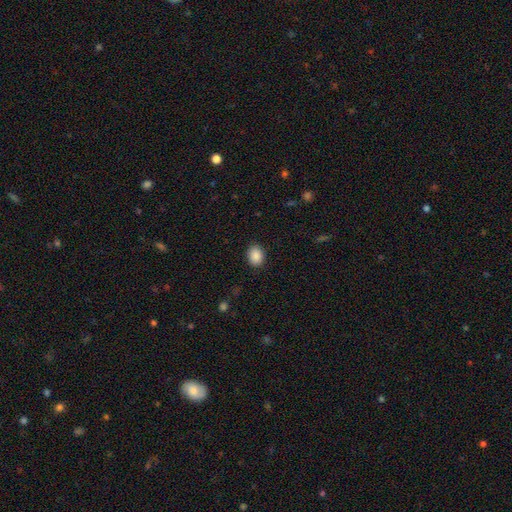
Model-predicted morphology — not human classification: Smooth or featured: smooth — 89% (star or artifact — 8%)
How rounded: in between — 66% (round — 33%)
Merging: none — 89% (minor disturbance — 8%)